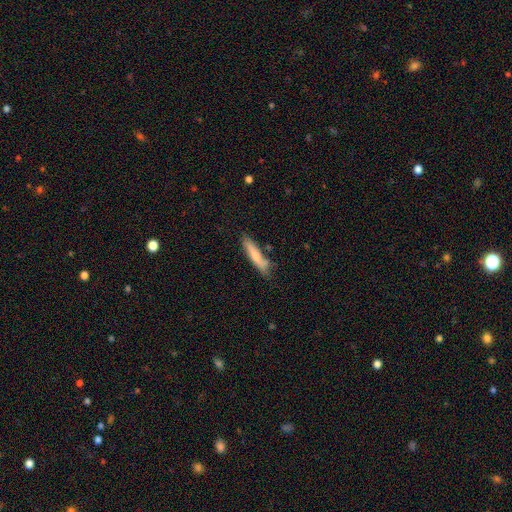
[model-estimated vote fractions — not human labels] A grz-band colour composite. It shows a smooth galaxy with no disk features (71%) that is cigar-shaped (83%). Merging: none (67%).